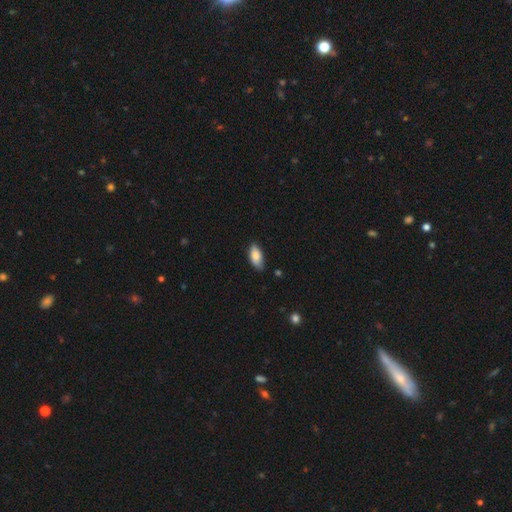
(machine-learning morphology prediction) The model was most divided on "merging": none: 76%, minor disturbance: 20%, major disturbance: 3%, merger: 1%. More confident: how rounded — in between (90%); smooth or featured — smooth (82%).